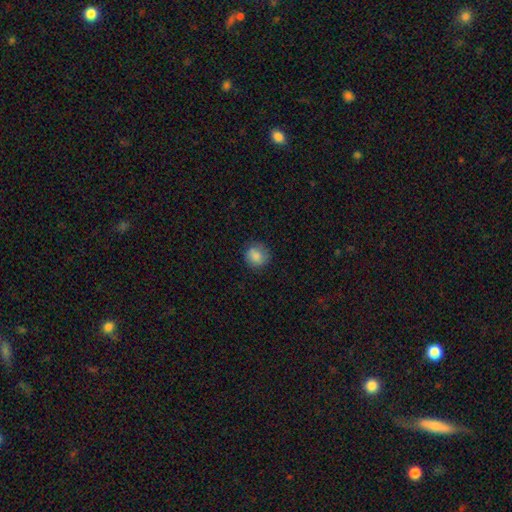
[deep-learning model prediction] smooth-or-featured: smooth: 83% | featured or disk: 9% | star or artifact: 8%
  how-rounded: round: 85% | in between: 14% | cigar-shaped: 1%
  merging: none: 80% | minor disturbance: 15% | major disturbance: 4% | merger: 1%